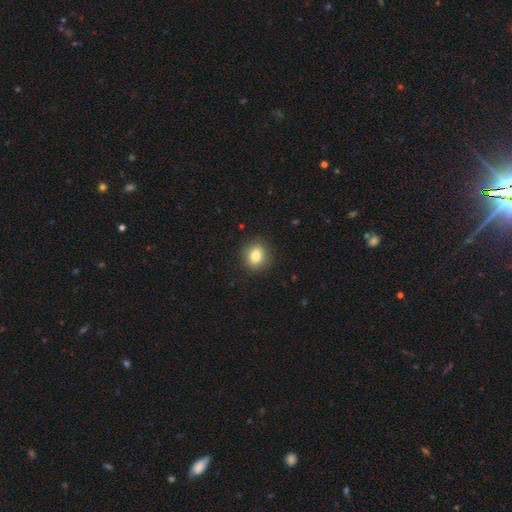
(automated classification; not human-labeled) Smooth or featured?
  - smooth: 83% *
  - star or artifact: 10%
  - featured or disk: 7%
How rounded?
  - round: 57% *
  - in between: 41%
  - cigar-shaped: 1%
Merging?
  - none: 88% *
  - minor disturbance: 9%
  - major disturbance: 2%
  - merger: 1%